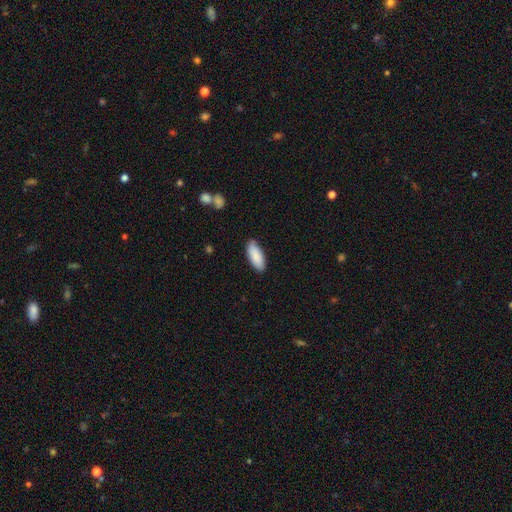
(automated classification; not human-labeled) Smooth or featured?
  - smooth: 88% *
  - featured or disk: 6%
  - star or artifact: 6%
How rounded?
  - in between: 80% *
  - cigar-shaped: 18%
  - round: 2%
Merging?
  - none: 84% *
  - minor disturbance: 13%
  - major disturbance: 2%
  - merger: 1%